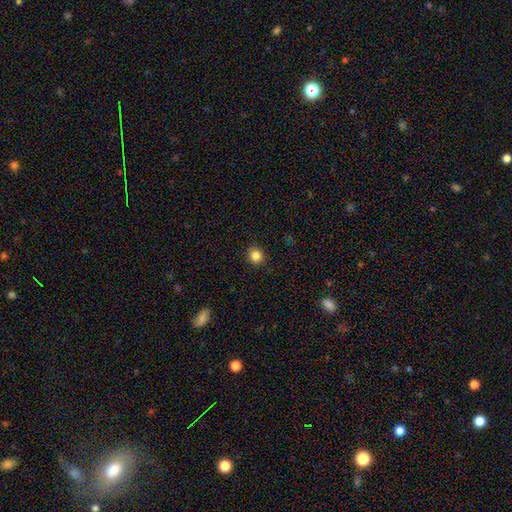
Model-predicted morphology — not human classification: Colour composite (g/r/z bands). It shows a smooth galaxy with no disk features (85%) that is round (88%). Merging: none (91%).